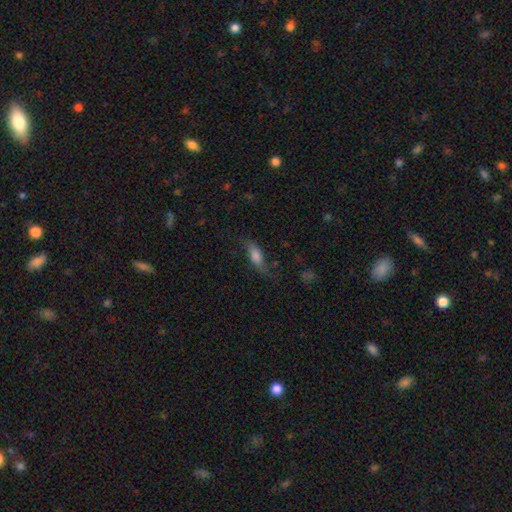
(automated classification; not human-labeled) smooth 56%, featured or disk 35%, star or artifact 10%. Down the decision tree: how rounded — in between (61%); merging — none (62%).